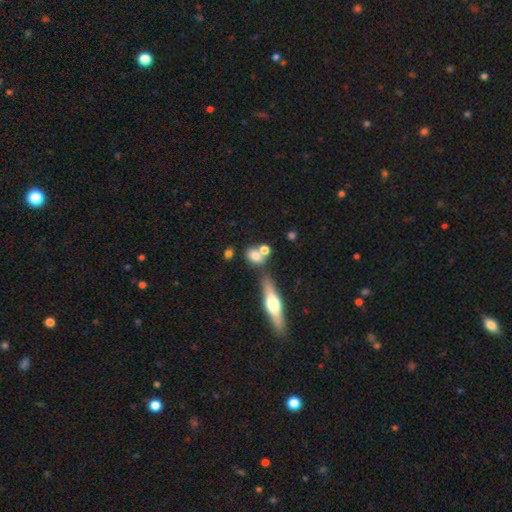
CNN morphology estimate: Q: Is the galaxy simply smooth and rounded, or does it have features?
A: smooth — 73%.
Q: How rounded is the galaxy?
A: in between — 54%.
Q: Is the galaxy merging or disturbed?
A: none — 49%.